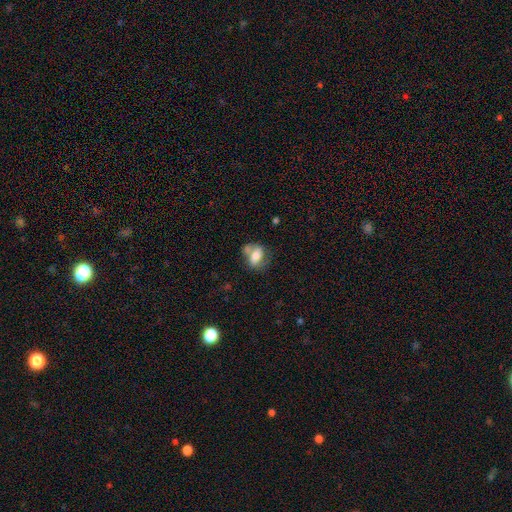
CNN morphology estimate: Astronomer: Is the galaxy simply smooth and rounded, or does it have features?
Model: smooth — 58% (runner-up: featured or disk, 34%).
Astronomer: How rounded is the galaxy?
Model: in between — 78%.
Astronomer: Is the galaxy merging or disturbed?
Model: none — 39% (runner-up: merger, 24%).